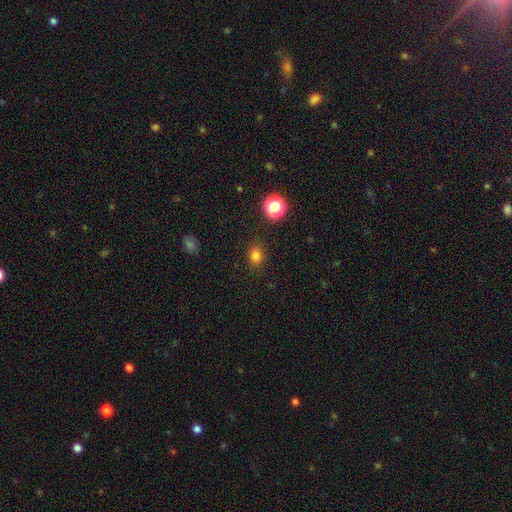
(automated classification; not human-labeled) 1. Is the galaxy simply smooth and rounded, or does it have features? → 79% smooth, 16% star or artifact, 5% featured or disk.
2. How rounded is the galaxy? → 58% round, 41% in between, 1% cigar-shaped.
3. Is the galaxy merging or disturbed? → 86% none, 10% minor disturbance, 3% major disturbance, 1% merger.